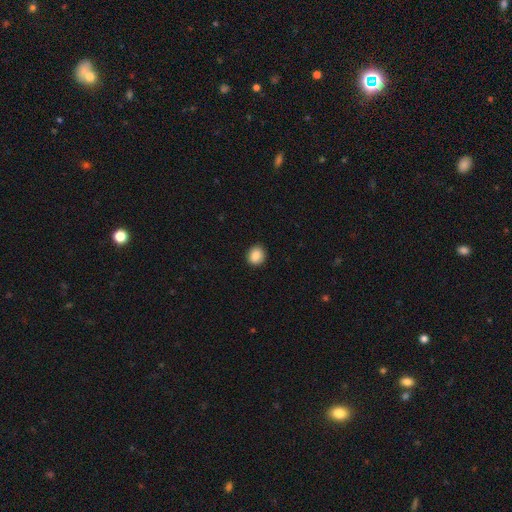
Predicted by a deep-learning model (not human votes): Smooth or featured? smooth (88%)
How rounded? round (81%)
Merging? none (91%)